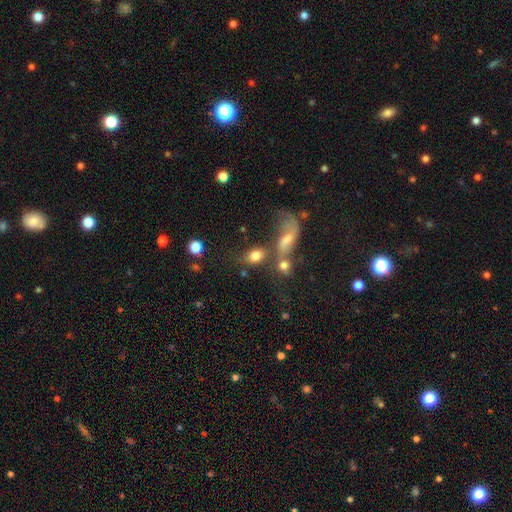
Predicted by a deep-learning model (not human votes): Smooth or featured? smooth (76%)
How rounded? in between (79%)
Merging? none (38%)